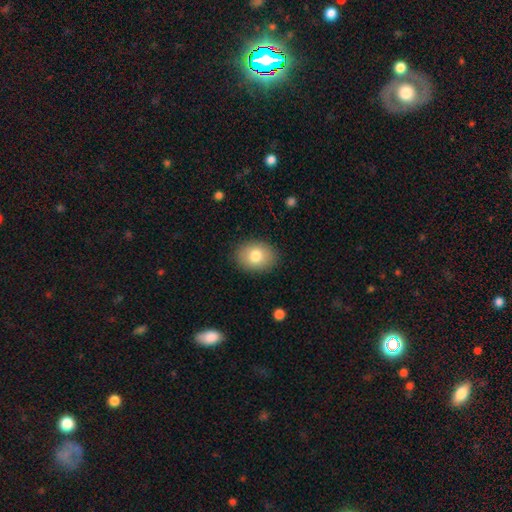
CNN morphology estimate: A smooth galaxy with no disk features (80%) that is in between round and cigar-shaped (62%).

Vote fractions:
- Smooth or featured? smooth: 80% / featured or disk: 12% / star or artifact: 8%
- How rounded? in between: 62% / round: 37% / cigar-shaped: 1%
- Merging? none: 89% / minor disturbance: 8% / major disturbance: 2% / merger: 1%